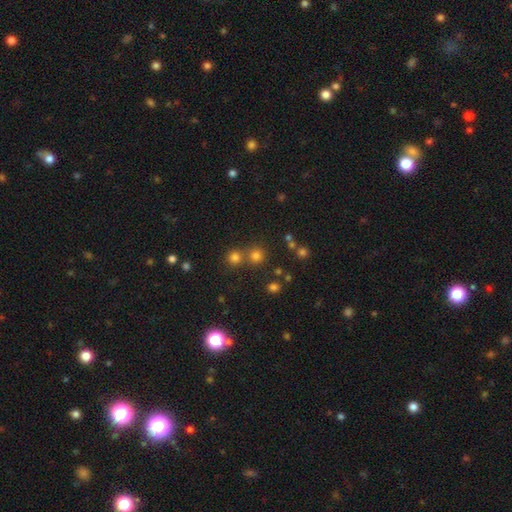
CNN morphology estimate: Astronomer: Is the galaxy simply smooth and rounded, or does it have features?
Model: smooth — 73%.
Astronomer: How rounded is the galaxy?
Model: round — 92%.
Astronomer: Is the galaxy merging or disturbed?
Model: none — 66%.